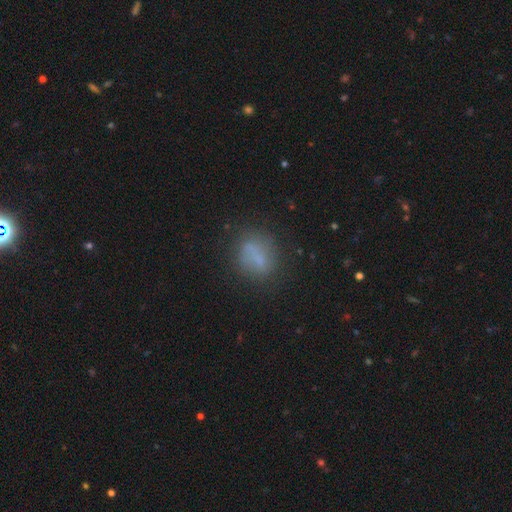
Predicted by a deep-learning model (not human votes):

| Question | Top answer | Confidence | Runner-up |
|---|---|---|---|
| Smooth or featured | smooth | 64% | featured or disk (23%) |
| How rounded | in between | 48% | tied: round (48%) |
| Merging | none | 67% | minor disturbance (19%) |